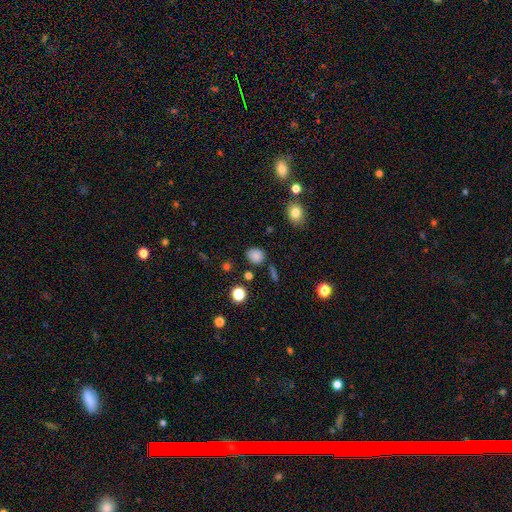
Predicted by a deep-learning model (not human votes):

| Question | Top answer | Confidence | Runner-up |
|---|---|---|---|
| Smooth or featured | smooth | 82% | star or artifact (13%) |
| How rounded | round | 75% | in between (24%) |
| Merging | none | 82% | minor disturbance (11%) |